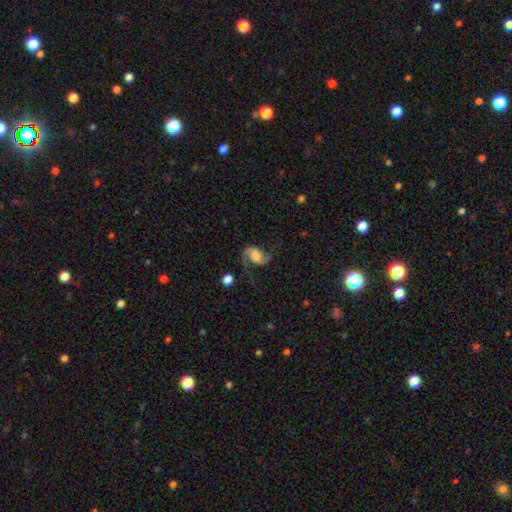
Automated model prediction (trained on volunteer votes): Morphology: type=featured or disk (83%); edge-on=no (98%); bar=no (55%); spiral arms=yes (96%); winding=loose (53%); arm count=2 (82%); bulge=large (34%); merging=none (55%).